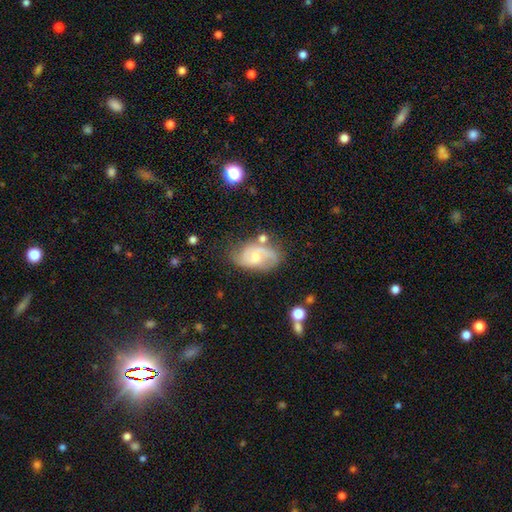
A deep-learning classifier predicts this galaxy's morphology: This is likely a featured or disk galaxy (73%). It is clearly not viewed edge-on (97%). Bar: possibly no (53%). Spiral arm pattern: clearly yes (91%). Spiral arm count: likely 2 (76%). Spiral winding: possibly medium (50%). Central bulge: possibly small (52%). Merging: possibly none (60%).